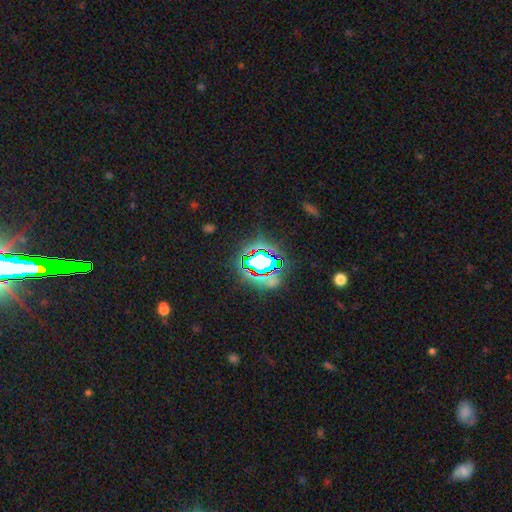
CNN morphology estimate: smooth-or-featured: star or artifact: 74% | smooth: 16% | featured or disk: 10%